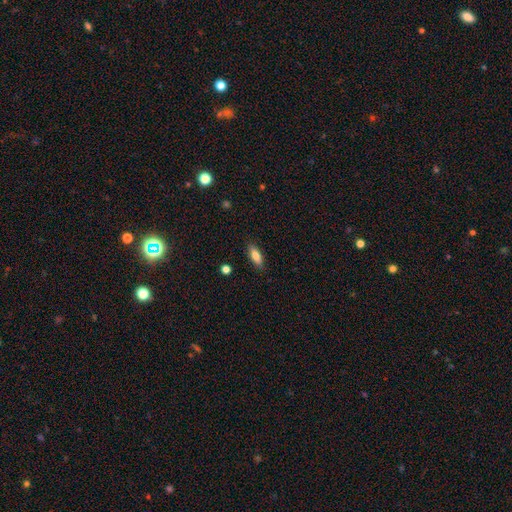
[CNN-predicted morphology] smooth_or_featured: smooth (p=0.79) [alt: featured or disk p=0.14]
how_rounded: in between (p=0.69) [alt: cigar-shaped p=0.29]
merging: none (p=0.88) [alt: minor disturbance p=0.09]